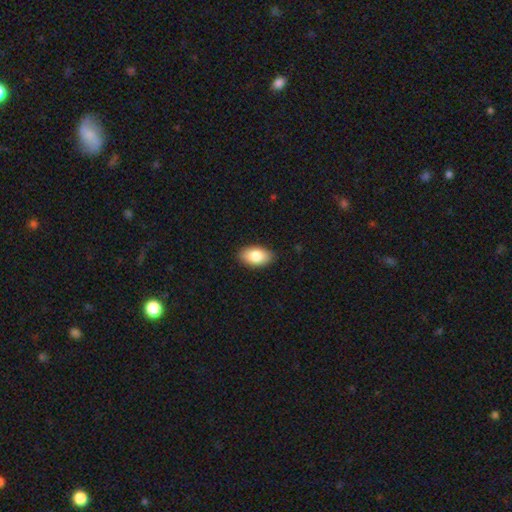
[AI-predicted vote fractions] The model was most divided on "smooth or featured": smooth: 84%, featured or disk: 10%, star or artifact: 7%. More confident: how rounded — in between (93%); merging — none (88%).